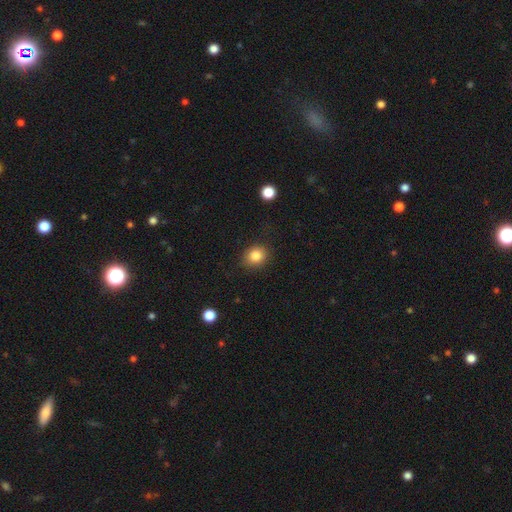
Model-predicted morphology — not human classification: type=smooth (84%); roundness=round (70%); merging=none (86%).